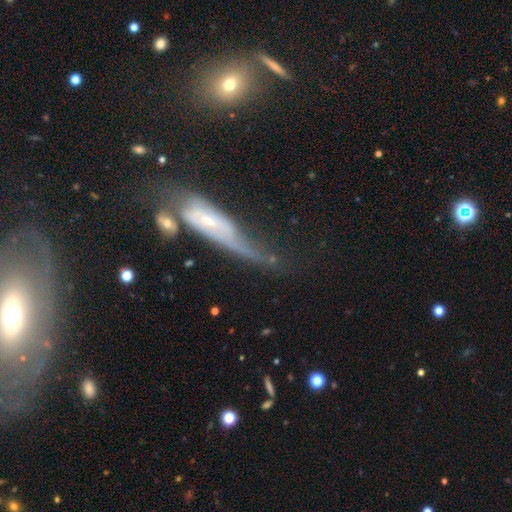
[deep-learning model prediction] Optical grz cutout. It shows a featured or disk galaxy (56%). Merging: none (35%).